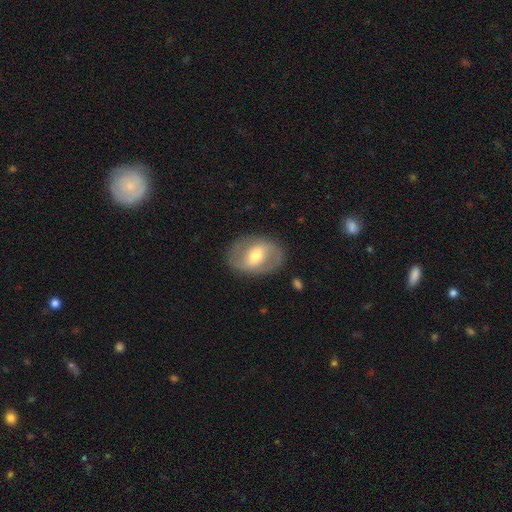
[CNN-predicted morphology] Q: Smooth or featured?
A: featured or disk (63%); runner-up: smooth (31%)
Q: Edge-on disk?
A: no (95%); runner-up: yes (5%)
Q: Bar?
A: weak (46%); runner-up: strong (28%)
Q: Spiral arms?
A: yes (66%); runner-up: no (34%)
Q: Bulge size?
A: moderate (68%); runner-up: small (15%)
Q: Merging?
A: none (83%); runner-up: minor disturbance (11%)